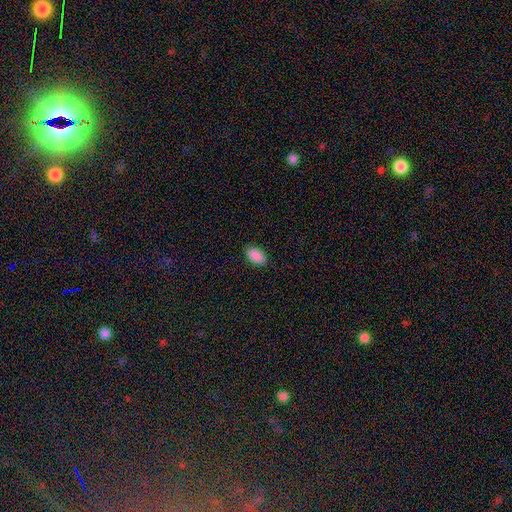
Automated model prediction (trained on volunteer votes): Morphology: type=smooth (90%); roundness=in between (94%); merging=none (89%).